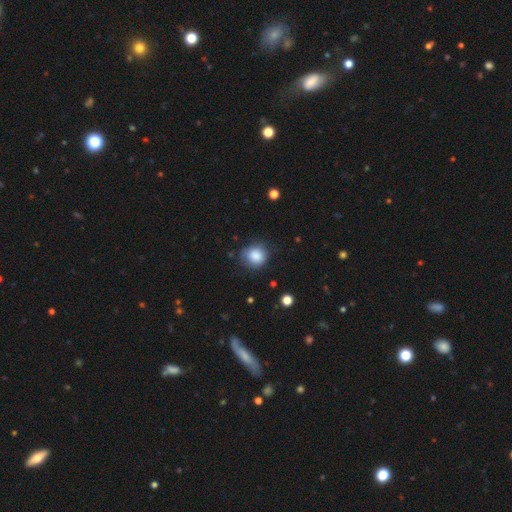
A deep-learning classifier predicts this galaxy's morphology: Smooth or featured?
  - smooth: 85% *
  - star or artifact: 9%
  - featured or disk: 6%
How rounded?
  - round: 83% *
  - in between: 16%
  - cigar-shaped: 1%
Merging?
  - none: 73% *
  - minor disturbance: 20%
  - major disturbance: 6%
  - merger: 2%